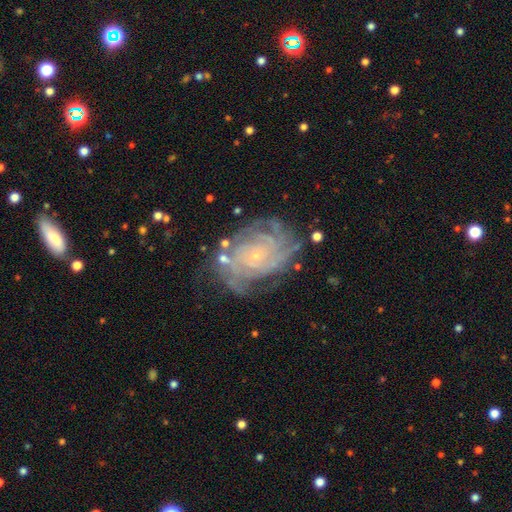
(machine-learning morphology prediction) type=featured or disk (87%); edge-on=no (97%); bar=no (78%); spiral arms=yes (97%); winding=tight (78%); arm count=4 (26%); bulge=small (87%); merging=none (69%).